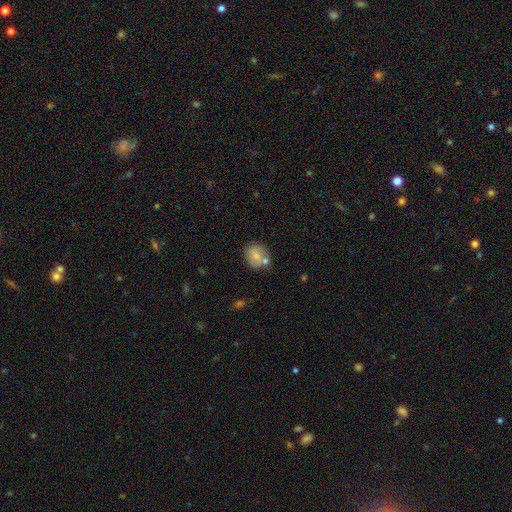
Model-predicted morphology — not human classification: This appears to be a smooth galaxy with no disk features (73%) that is round (62%). Merging: none (59%).